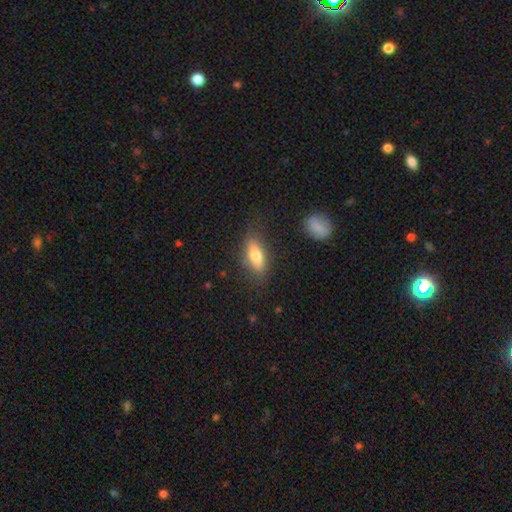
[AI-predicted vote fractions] smooth_or_featured: smooth (p=0.67) [alt: featured or disk p=0.26]
how_rounded: in between (p=0.66) [alt: cigar-shaped p=0.30]
merging: none (p=0.78) [alt: minor disturbance p=0.15]